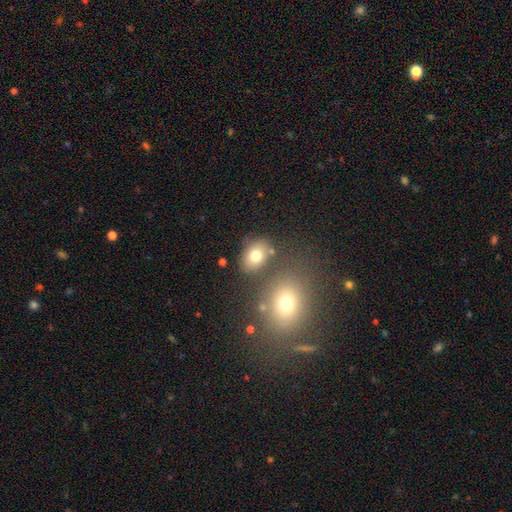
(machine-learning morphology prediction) smooth_or_featured: smooth (p=0.75) [alt: star or artifact p=0.13]
how_rounded: in between (p=0.63) [alt: round p=0.36]
merging: none (p=0.69) [alt: minor disturbance p=0.13]